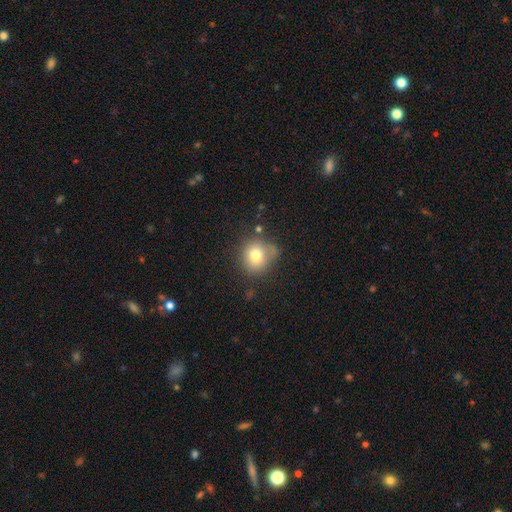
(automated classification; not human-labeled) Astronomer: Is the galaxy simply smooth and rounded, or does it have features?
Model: smooth — 76%.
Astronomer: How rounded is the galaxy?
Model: round — 80%.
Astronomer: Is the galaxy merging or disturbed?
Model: none — 62%.